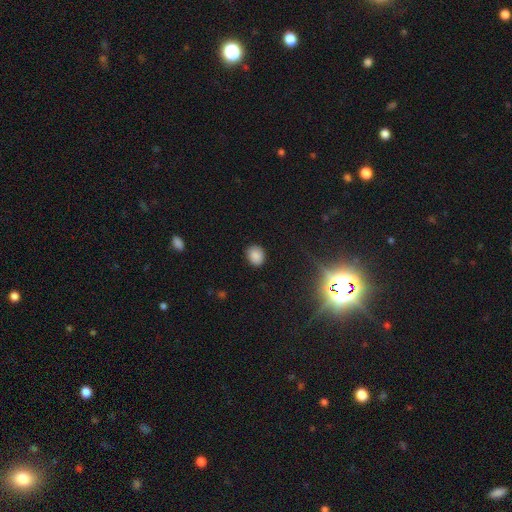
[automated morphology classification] A smooth galaxy with no disk features (85%) that is round (64%).

Vote fractions:
- Smooth or featured? smooth: 85% / star or artifact: 11% / featured or disk: 4%
- How rounded? round: 64% / in between: 35% / cigar-shaped: 1%
- Merging? none: 88% / minor disturbance: 8% / major disturbance: 2% / merger: 1%